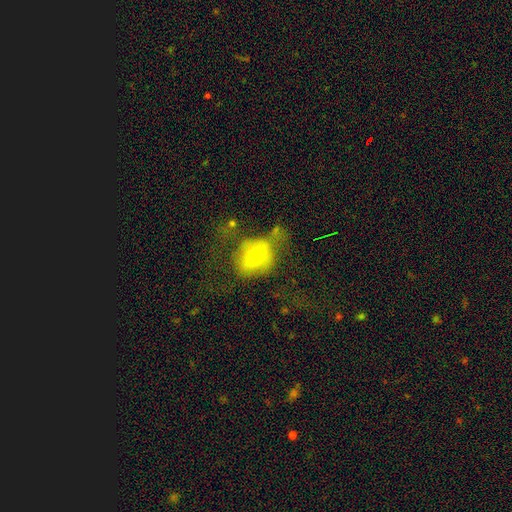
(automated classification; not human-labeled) smooth 61%, featured or disk 29%, star or artifact 11%. Down the decision tree: how rounded — round (51%); merging — major disturbance (37%).